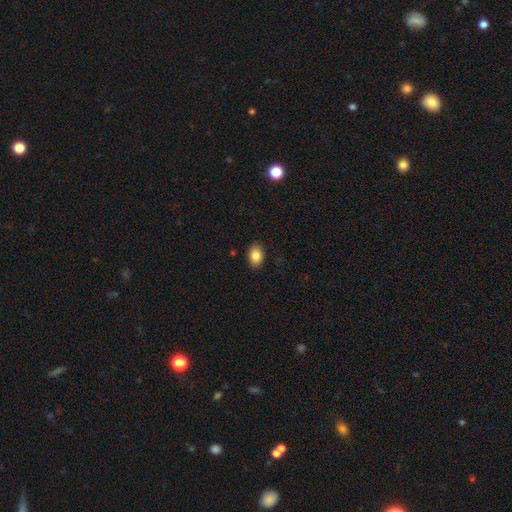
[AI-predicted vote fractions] Q: Smooth or featured?
A: smooth (87%); runner-up: star or artifact (8%)
Q: How rounded?
A: in between (78%); runner-up: round (21%)
Q: Merging?
A: none (88%); runner-up: minor disturbance (9%)